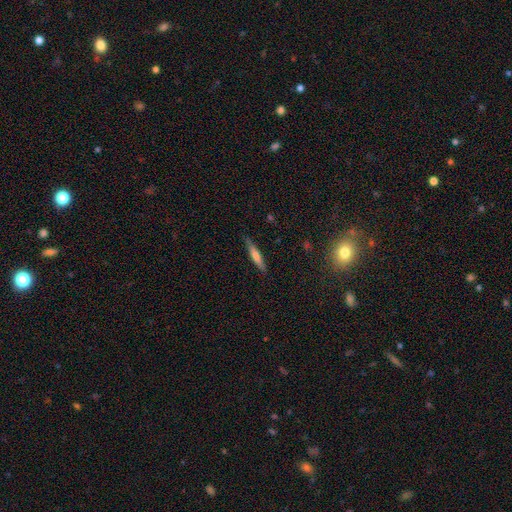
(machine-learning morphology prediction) Q: Smooth or featured?
A: smooth (57%); runner-up: featured or disk (36%)
Q: How rounded?
A: cigar-shaped (91%); runner-up: in between (8%)
Q: Merging?
A: none (86%); runner-up: minor disturbance (10%)